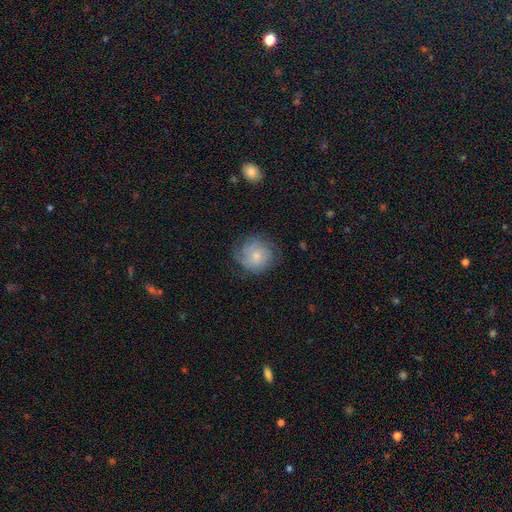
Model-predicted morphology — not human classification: Overall: featured or disk (46%; smooth 45%). Merging: none (69%).